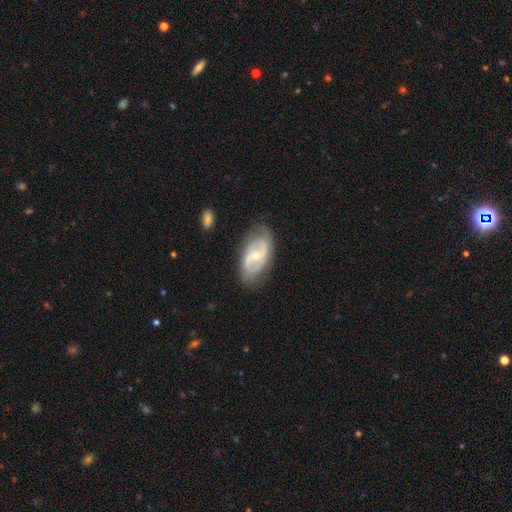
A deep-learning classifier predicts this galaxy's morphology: Smooth or featured?
  - featured or disk: 75% *
  - smooth: 20%
  - star or artifact: 5%
Edge-on disk?
  - no: 93% *
  - yes: 7%
Bar?
  - no: 39% * (tied)
  - weak: 39% * (tied)
  - strong: 21%
Spiral arms?
  - yes: 72% *
  - no: 28%
Bulge size?
  - small: 50% *
  - moderate: 47%
  - large: 2%
  - none: 1%
  - dominant: 1%
Merging?
  - none: 75% *
  - minor disturbance: 17%
  - major disturbance: 6%
  - merger: 2%